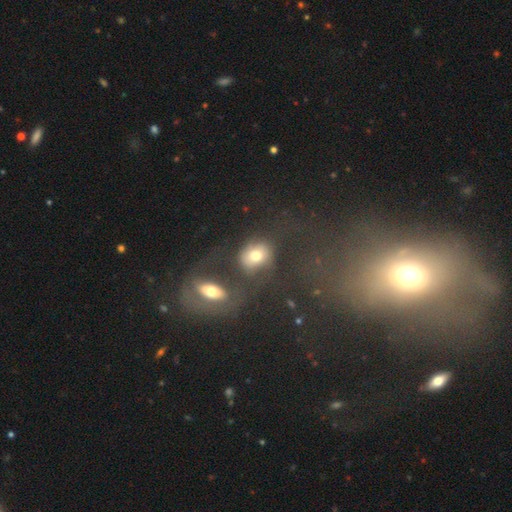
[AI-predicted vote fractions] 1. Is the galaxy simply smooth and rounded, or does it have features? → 68% smooth, 20% featured or disk, 12% star or artifact.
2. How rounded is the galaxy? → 52% round, 46% in between, 2% cigar-shaped.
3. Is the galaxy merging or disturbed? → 45% none, 25% merger, 15% major disturbance, 14% minor disturbance.